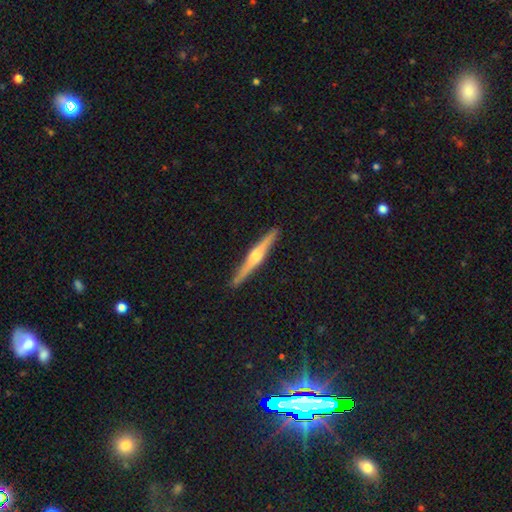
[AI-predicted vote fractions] Overall: featured or disk (74%). Edge-on disk: yes (98%). Edge-on bulge: rounded (89%). Merging: none (92%).